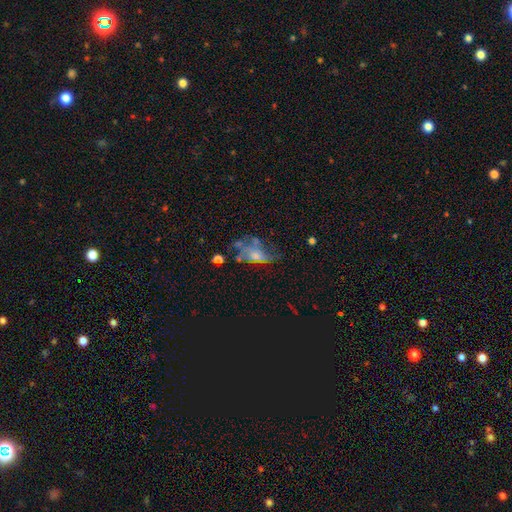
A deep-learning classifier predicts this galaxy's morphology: Smooth or featured? featured or disk (51%)
Edge-on disk? no (91%)
Merging? none (38%)